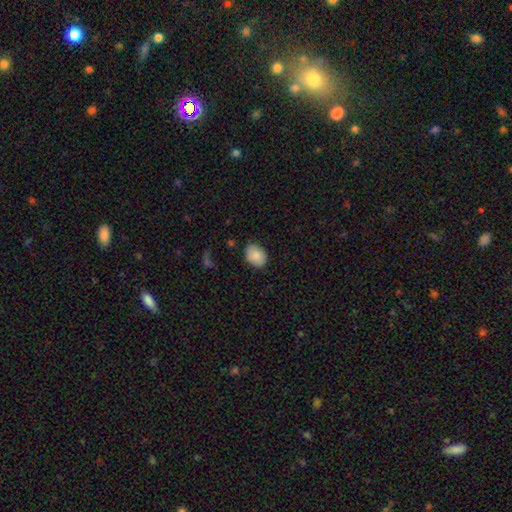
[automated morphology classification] Smooth or featured? Predicted: smooth (p=0.85). How rounded? Predicted: in between (p=0.72). Merging? Predicted: none (p=0.76).